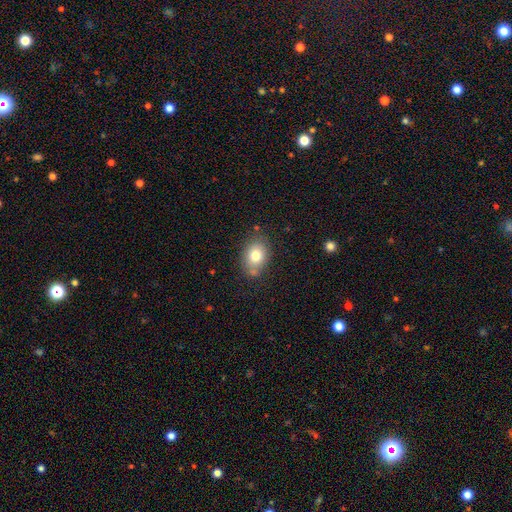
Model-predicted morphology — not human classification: This appears to be a smooth galaxy with no disk features (76%) that is in between round and cigar-shaped (69%). Merging: none (72%).